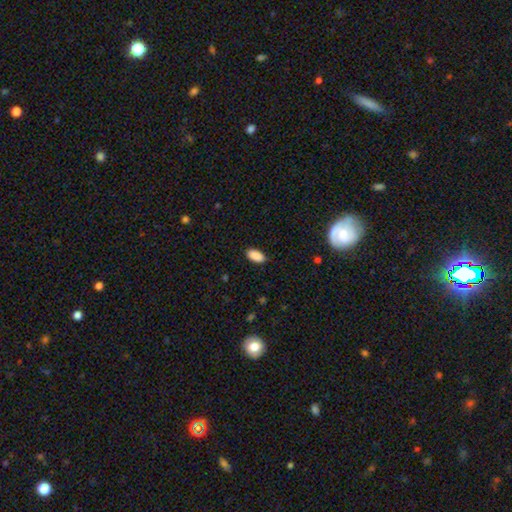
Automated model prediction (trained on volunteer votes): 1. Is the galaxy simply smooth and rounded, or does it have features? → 89% smooth, 7% star or artifact, 3% featured or disk.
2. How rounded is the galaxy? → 92% in between, 5% cigar-shaped, 3% round.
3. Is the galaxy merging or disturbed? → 87% none, 10% minor disturbance, 2% major disturbance, 1% merger.